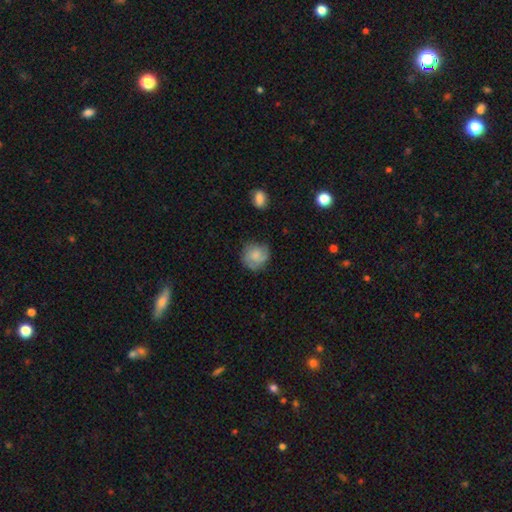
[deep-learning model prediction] Morphology: type=smooth (72%); roundness=round (86%); merging=none (70%).